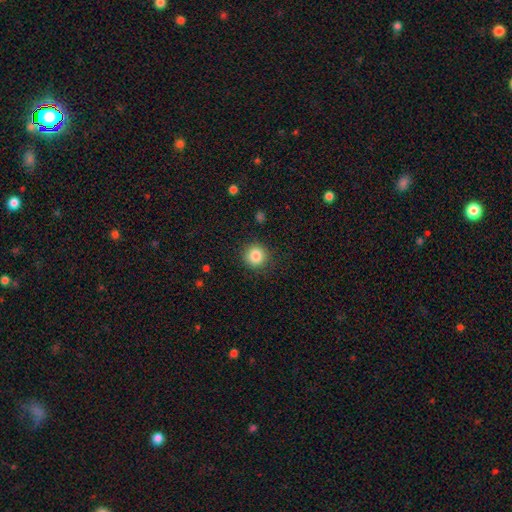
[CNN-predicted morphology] A smooth galaxy with no disk features (85%) that is round (93%). Merging: none (89%).